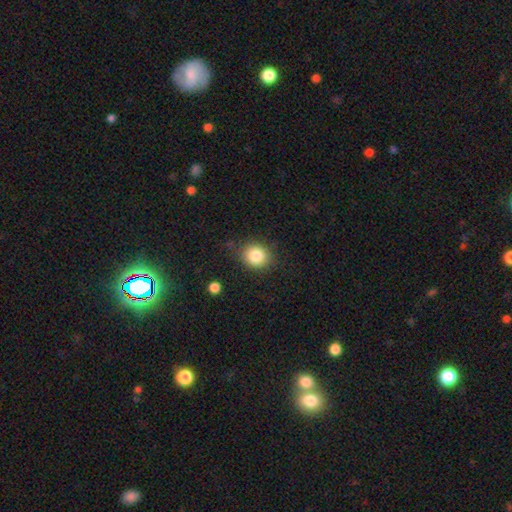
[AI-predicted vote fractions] Overall: smooth (83%). How rounded: round (73%). Merging: none (84%).